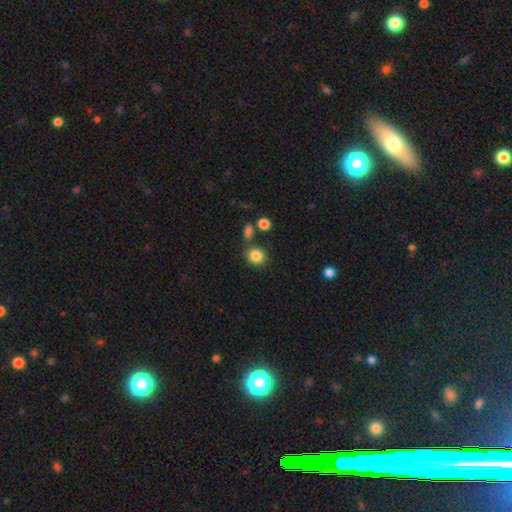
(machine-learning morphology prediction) A smooth galaxy with no disk features (85%) that is round (79%). Merging: none (75%).